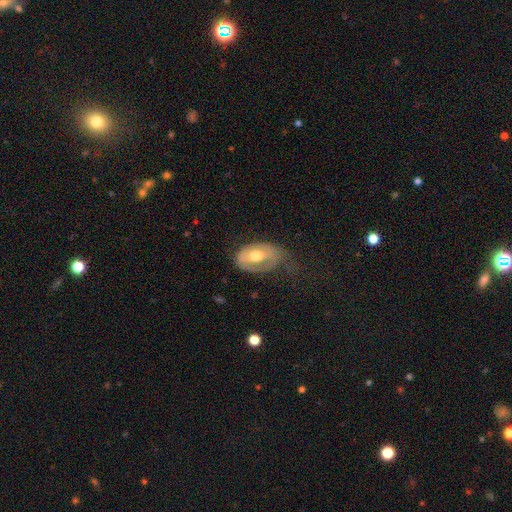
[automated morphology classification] type=featured or disk (58%); edge-on=no (93%); bar=no (50%); spiral arms=yes (59%); bulge=moderate (73%); merging=none (36%).